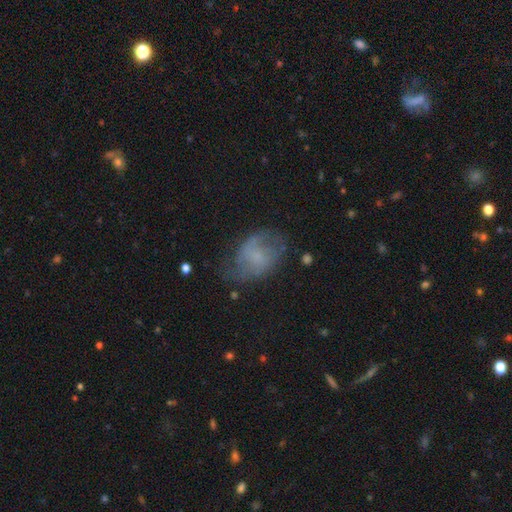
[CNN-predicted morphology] A featured or disk galaxy (58%) with no bar (63%), spiral arms (81%) and a small central bulge (41%). Merging: none (55%).